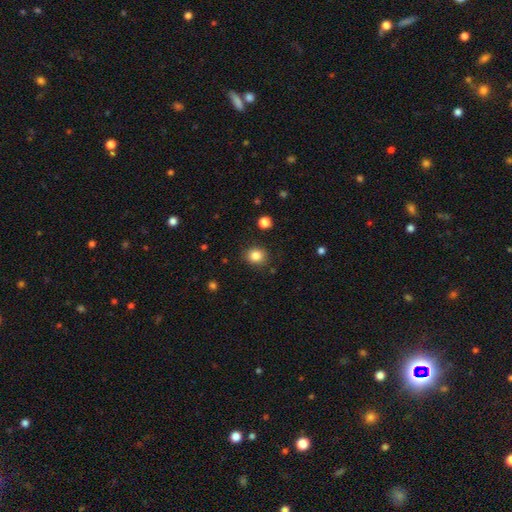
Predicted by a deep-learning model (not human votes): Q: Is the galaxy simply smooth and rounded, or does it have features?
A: smooth — 84%.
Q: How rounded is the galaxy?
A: round — 71%.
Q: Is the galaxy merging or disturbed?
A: none — 87%.